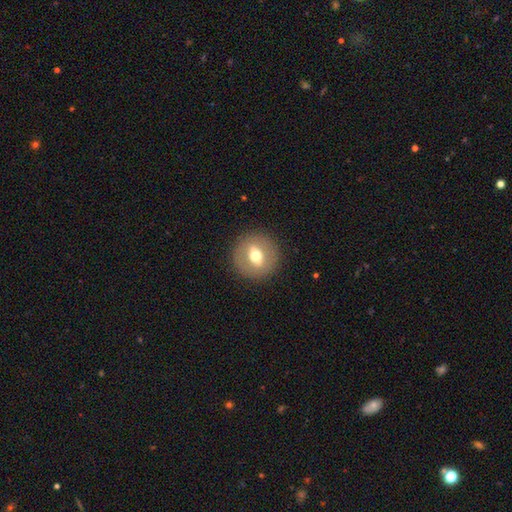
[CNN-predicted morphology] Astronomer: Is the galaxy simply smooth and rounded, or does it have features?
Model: smooth — 52% (runner-up: featured or disk, 40%).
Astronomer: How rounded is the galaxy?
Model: round — 88%.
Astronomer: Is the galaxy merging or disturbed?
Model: none — 88%.